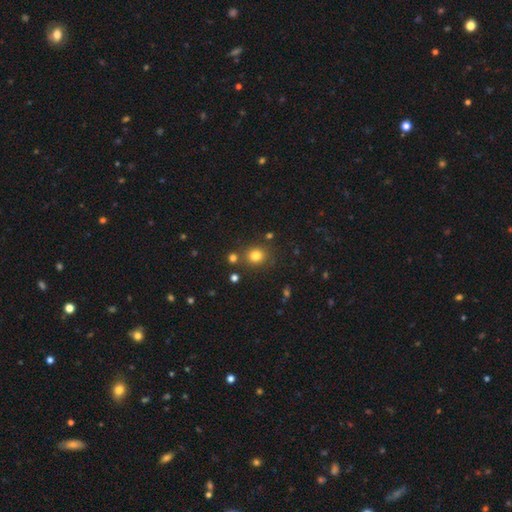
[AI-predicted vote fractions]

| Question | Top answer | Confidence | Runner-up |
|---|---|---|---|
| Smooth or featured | smooth | 78% | star or artifact (15%) |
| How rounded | round | 81% | in between (18%) |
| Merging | none | 79% | minor disturbance (9%) |